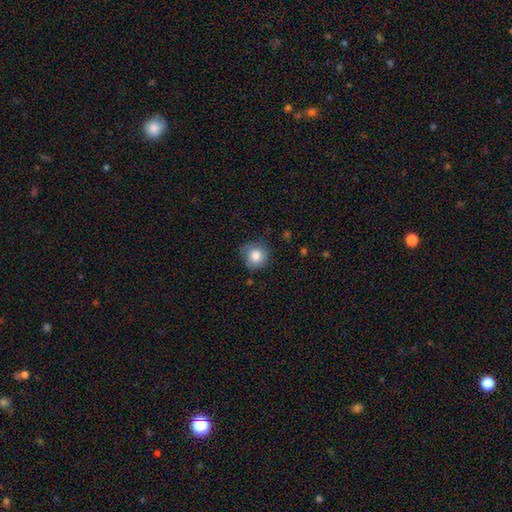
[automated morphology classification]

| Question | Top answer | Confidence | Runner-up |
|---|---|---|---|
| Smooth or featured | smooth | 83% | star or artifact (9%) |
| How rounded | round | 89% | in between (10%) |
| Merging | none | 71% | minor disturbance (22%) |